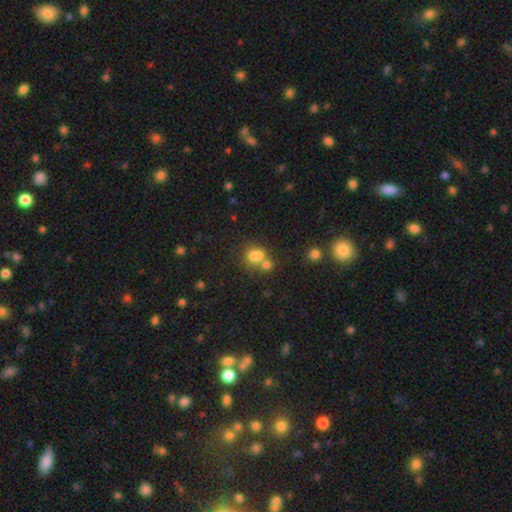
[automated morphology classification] The model was most divided on "how rounded": round: 60%, in between: 39%, cigar-shaped: 1%. More confident: smooth or featured — smooth (68%); merging — merger (54%).